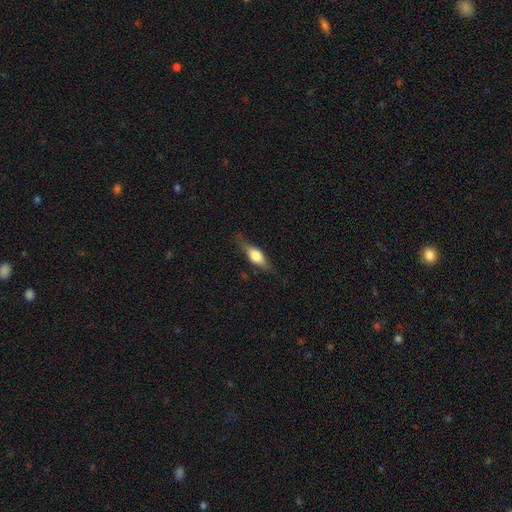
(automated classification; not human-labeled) A smooth galaxy with no disk features (50%) that is in between round and cigar-shaped (57%). Merging: none (73%).